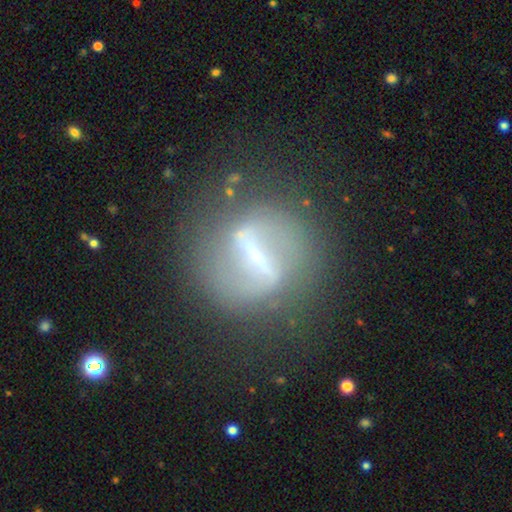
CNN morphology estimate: type=featured or disk (77%); edge-on=no (91%); bar=strong (74%); spiral arms=yes (64%); bulge=small (72%); merging=none (74%).